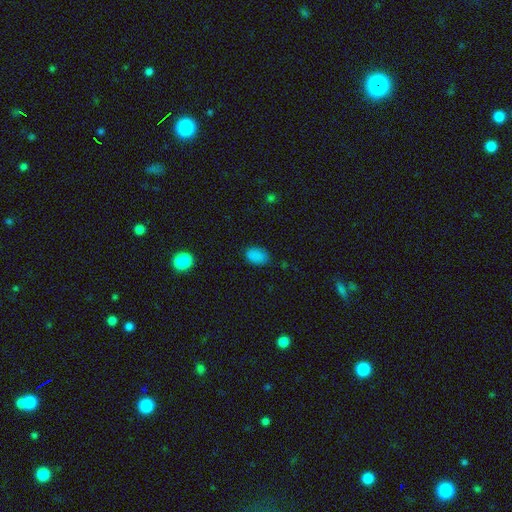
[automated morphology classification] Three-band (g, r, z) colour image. It shows a smooth galaxy with no disk features (83%) that is in between round and cigar-shaped (86%). Merging: none (81%).